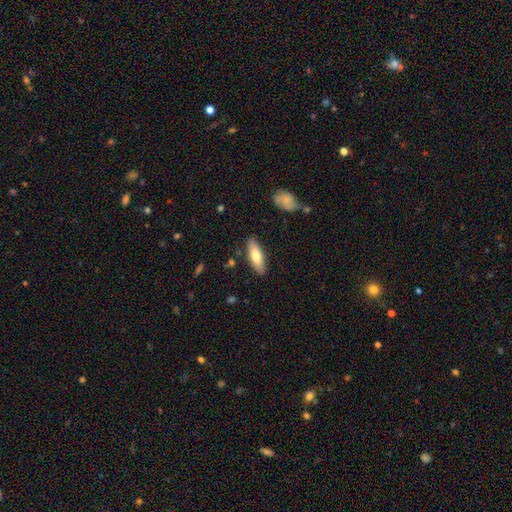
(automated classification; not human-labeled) This appears to be a smooth galaxy with no disk features (72%) that is in between round and cigar-shaped (54%). Merging: none (86%).